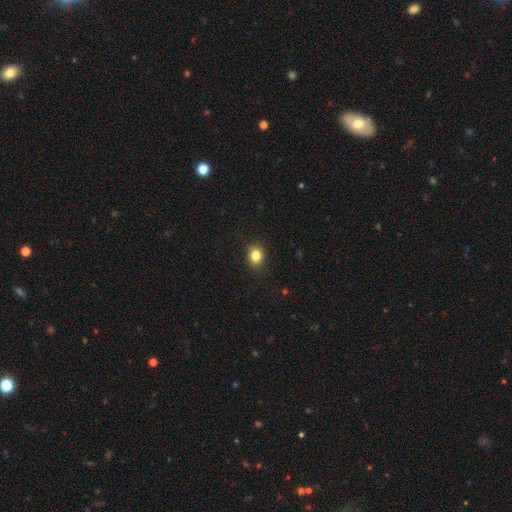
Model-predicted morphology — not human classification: A smooth galaxy with no disk features (83%) that is round (55%).

Vote fractions:
- Smooth or featured? smooth: 83% / star or artifact: 11% / featured or disk: 6%
- How rounded? round: 55% / in between: 44% / cigar-shaped: 1%
- Merging? none: 86% / minor disturbance: 10% / major disturbance: 2% / merger: 1%